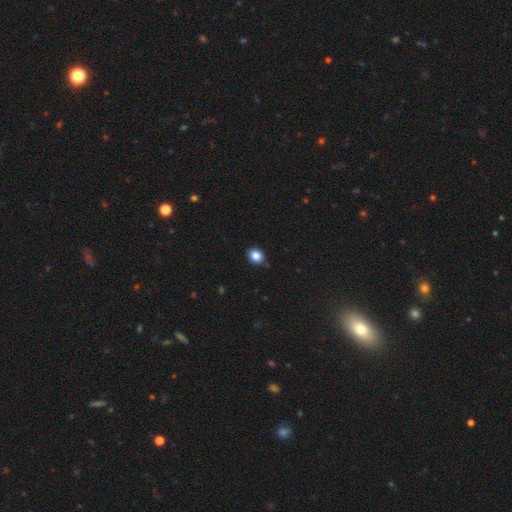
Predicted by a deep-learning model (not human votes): Smooth or featured?
  - smooth: 84% *
  - star or artifact: 11%
  - featured or disk: 5%
How rounded?
  - round: 63% *
  - in between: 36%
  - cigar-shaped: 1%
Merging?
  - none: 80% *
  - minor disturbance: 16%
  - major disturbance: 2%
  - merger: 1%